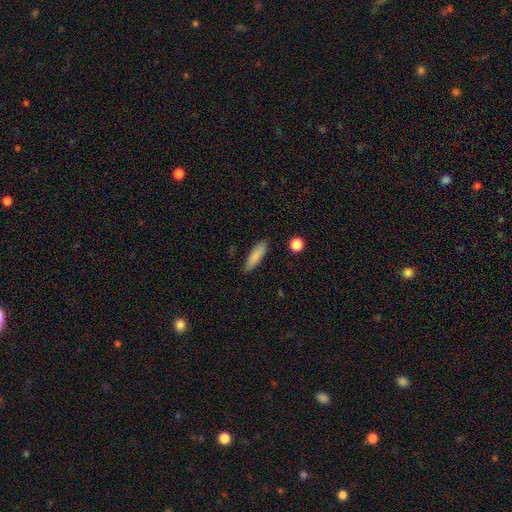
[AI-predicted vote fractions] Smooth or featured? Predicted: smooth (p=0.84). How rounded? Predicted: cigar-shaped (p=0.61). Merging? Predicted: none (p=0.84).